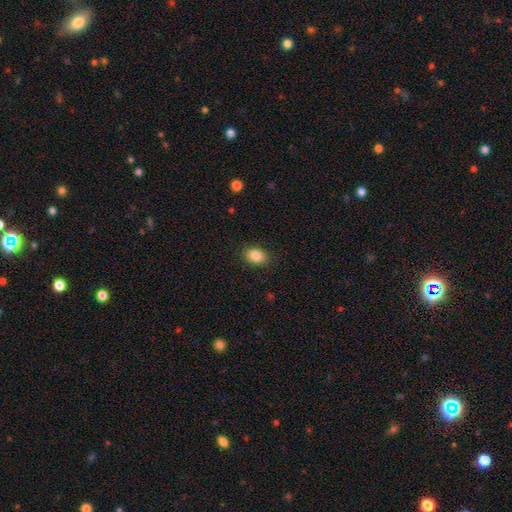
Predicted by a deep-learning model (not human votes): This is clearly a smooth galaxy (85%). How rounded: likely in between (77%). Merging: clearly none (88%).